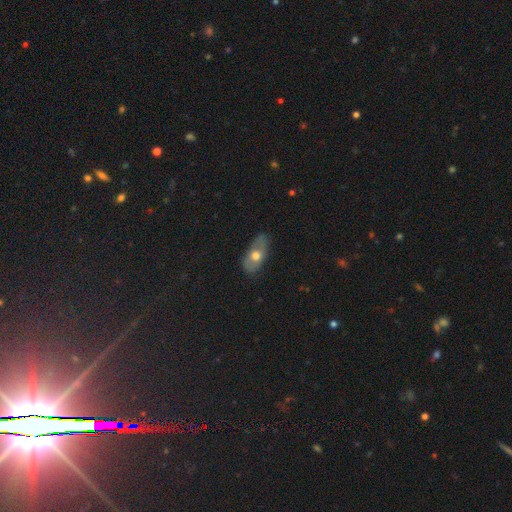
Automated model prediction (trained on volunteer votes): smooth 52%, featured or disk 40%, star or artifact 8%. Down the decision tree: how rounded — in between (83%); merging — none (69%).